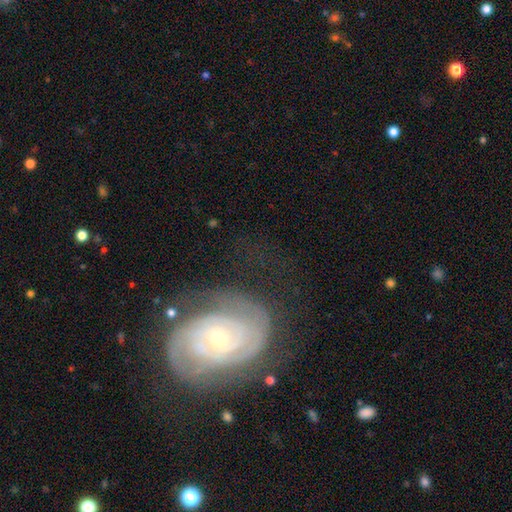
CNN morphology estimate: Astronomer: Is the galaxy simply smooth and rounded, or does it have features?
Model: featured or disk — 83%.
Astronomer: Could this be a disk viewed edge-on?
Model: no — 97%.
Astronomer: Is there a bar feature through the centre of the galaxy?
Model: no — 70%.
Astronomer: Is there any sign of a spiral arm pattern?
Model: yes — 95%.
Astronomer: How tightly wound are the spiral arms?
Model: tight — 74%.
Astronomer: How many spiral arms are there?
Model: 2 — 49% (runner-up: can't tell, 24%).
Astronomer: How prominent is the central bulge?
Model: small — 64%.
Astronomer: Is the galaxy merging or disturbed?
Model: none — 70%.